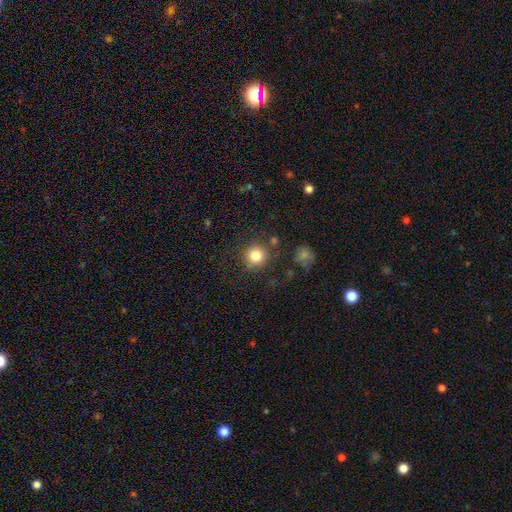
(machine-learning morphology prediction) Smooth or featured?
  - smooth: 81% *
  - star or artifact: 11%
  - featured or disk: 7%
How rounded?
  - round: 93% *
  - in between: 6%
  - cigar-shaped: 1%
Merging?
  - none: 83% *
  - minor disturbance: 9%
  - merger: 4%
  - major disturbance: 4%